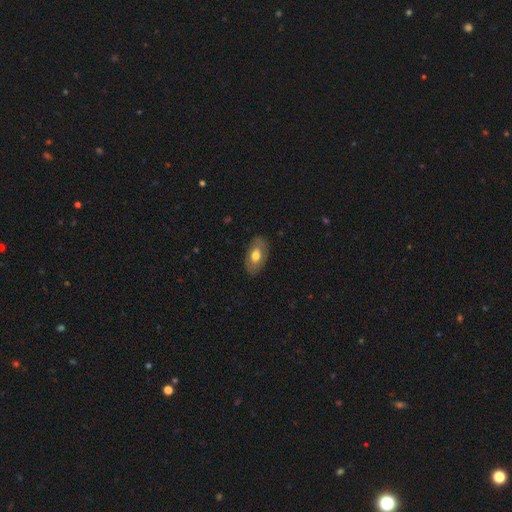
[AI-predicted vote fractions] Morphology: type=smooth (61%); roundness=in between (91%); merging=none (82%).